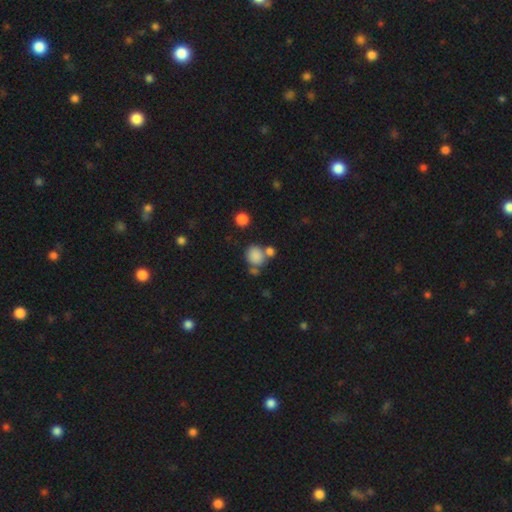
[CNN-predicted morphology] Smooth or featured: smooth — 82% (star or artifact — 11%)
How rounded: round — 75% (in between — 24%)
Merging: none — 53% (merger — 28%)